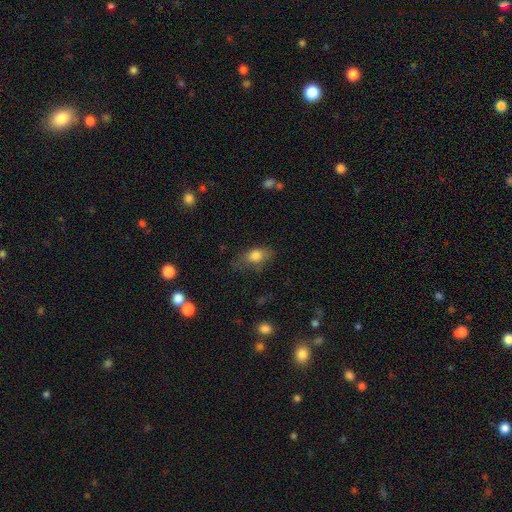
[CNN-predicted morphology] Smooth or featured: smooth — 78% (featured or disk — 13%)
How rounded: in between — 81% (round — 14%)
Merging: none — 57% (minor disturbance — 28%)